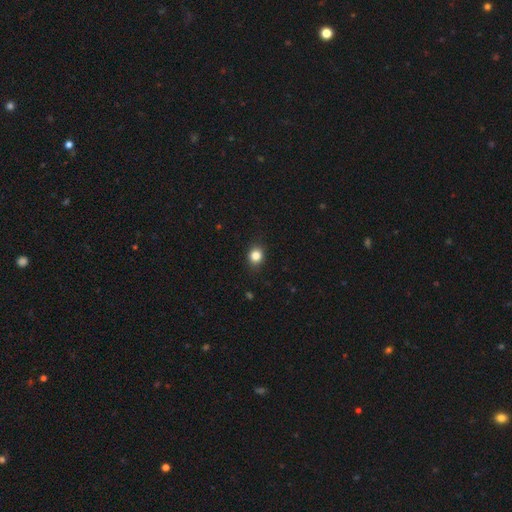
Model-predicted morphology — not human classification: type=smooth (83%); roundness=round (69%); merging=none (86%).